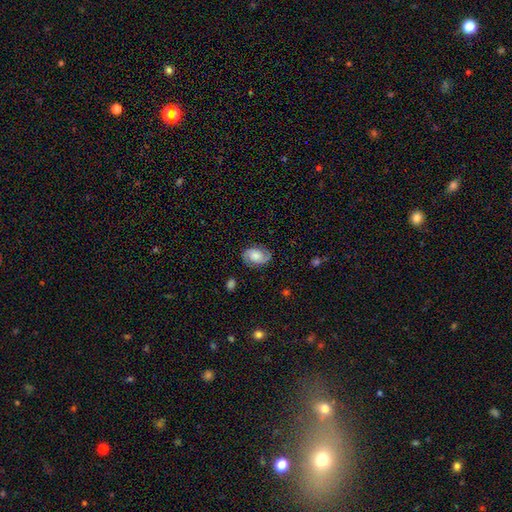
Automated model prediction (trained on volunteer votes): Overall: featured or disk (63%; smooth 29%). Edge-on disk: no (97%). Bar: no (65%; weak 29%). Spiral arms: yes (93%). Spiral arm count: 2 (86%). Spiral winding: medium (44%; tight 38%). Bulge size: moderate (39%; small 29%). Merging: none (78%).